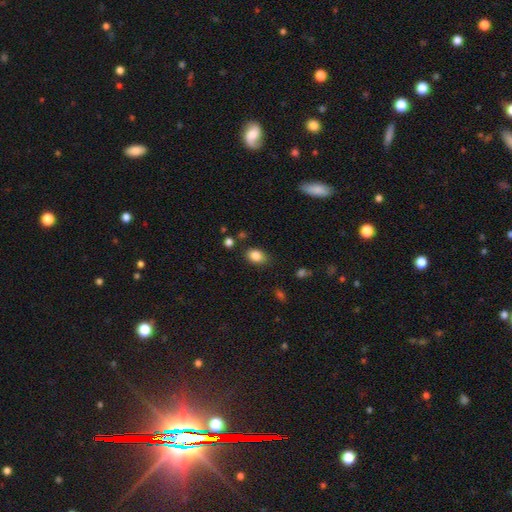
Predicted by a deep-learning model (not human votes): Morphology: type=smooth (85%); roundness=in between (71%); merging=none (77%).